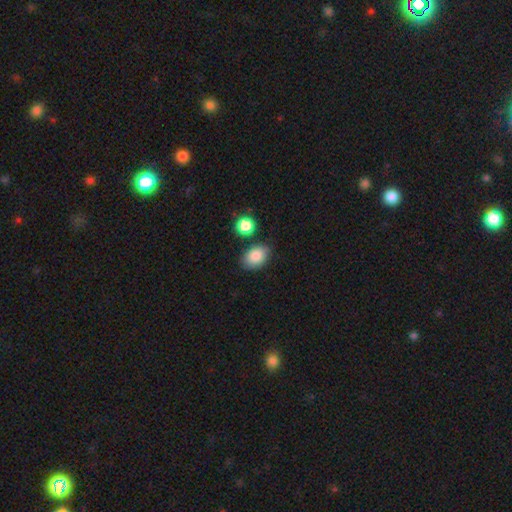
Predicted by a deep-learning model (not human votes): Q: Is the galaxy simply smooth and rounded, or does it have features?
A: smooth — 86%.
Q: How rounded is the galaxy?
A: in between — 82%.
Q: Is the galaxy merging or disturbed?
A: none — 75%.